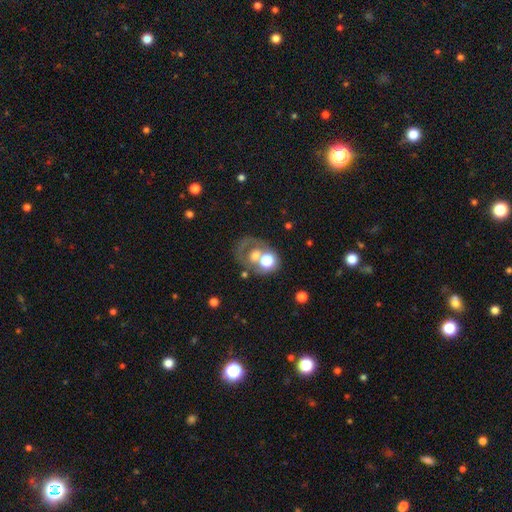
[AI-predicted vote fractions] This appears to be a smooth galaxy with no disk features (45%). Merging: none (37%).